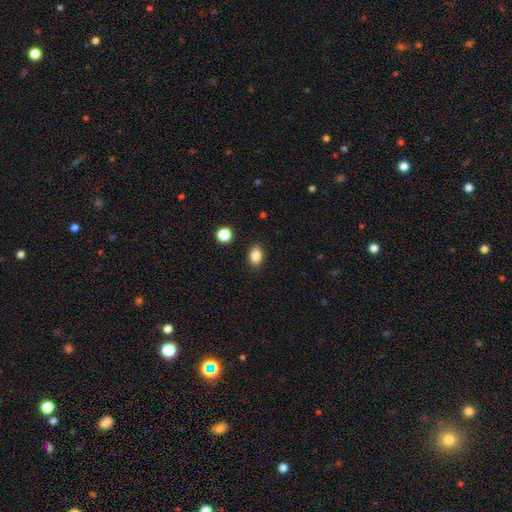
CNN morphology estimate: Q: Smooth or featured?
A: smooth (85%); runner-up: star or artifact (10%)
Q: How rounded?
A: in between (79%); runner-up: round (20%)
Q: Merging?
A: none (88%); runner-up: minor disturbance (8%)